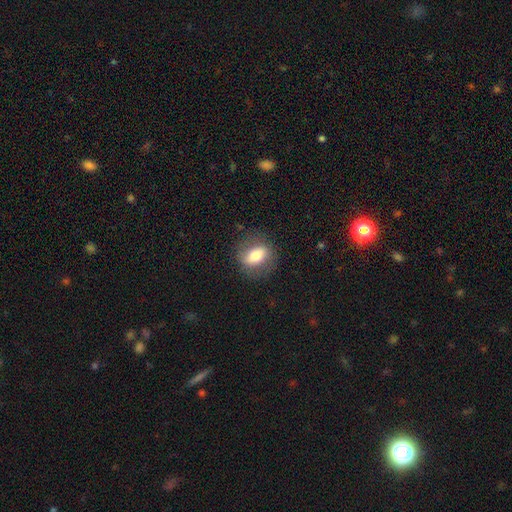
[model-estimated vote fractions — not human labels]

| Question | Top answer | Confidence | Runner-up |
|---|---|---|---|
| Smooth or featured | smooth | 64% | featured or disk (28%) |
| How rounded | in between | 65% | round (32%) |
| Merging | none | 78% | minor disturbance (14%) |